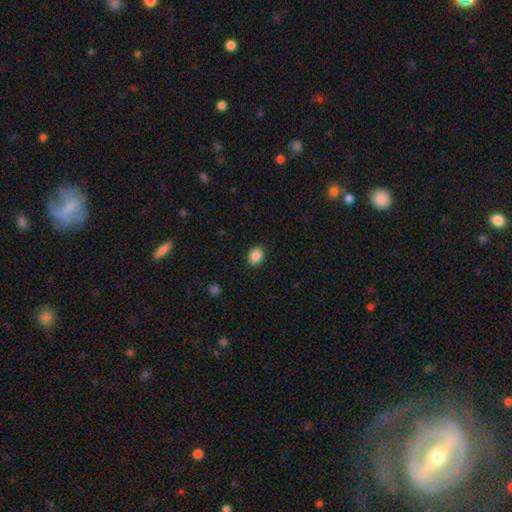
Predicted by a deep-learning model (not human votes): smooth 89%, star or artifact 8%, featured or disk 3%. Down the decision tree: how rounded — in between (64%); merging — none (89%).